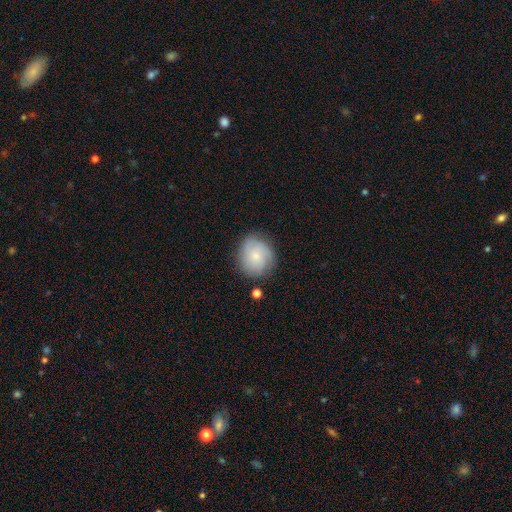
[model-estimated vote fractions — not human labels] smooth 66%, featured or disk 26%, star or artifact 8%. Down the decision tree: how rounded — round (81%); merging — none (75%).